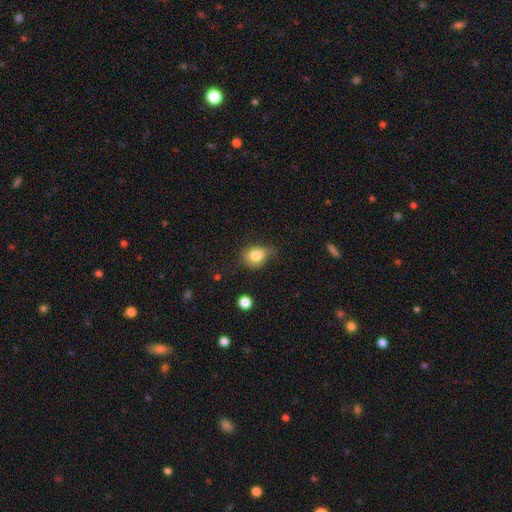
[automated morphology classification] Smooth or featured: smooth — 81% (star or artifact — 10%)
How rounded: in between — 52% (round — 47%)
Merging: none — 54% (minor disturbance — 35%)